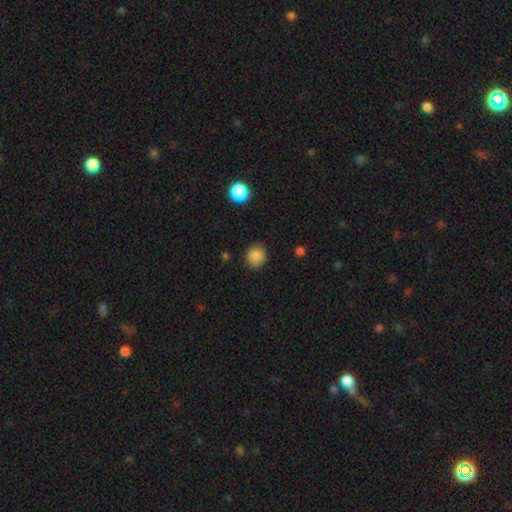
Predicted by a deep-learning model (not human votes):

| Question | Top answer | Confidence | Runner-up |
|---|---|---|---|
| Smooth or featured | smooth | 86% | star or artifact (10%) |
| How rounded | round | 86% | in between (13%) |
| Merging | none | 87% | minor disturbance (10%) |